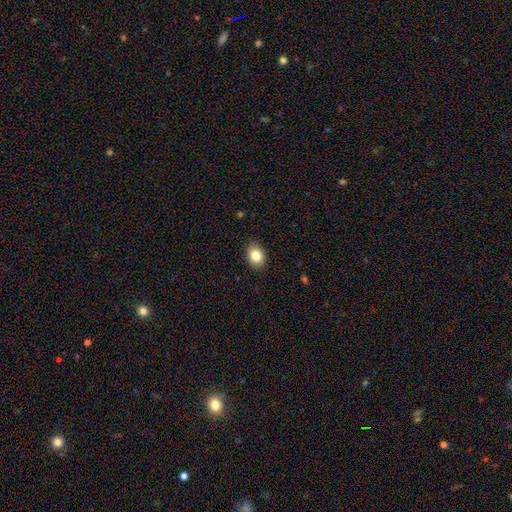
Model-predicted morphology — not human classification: smooth-or-featured: smooth: 83% | star or artifact: 9% | featured or disk: 8%
  how-rounded: in between: 64% | round: 35% | cigar-shaped: 1%
  merging: none: 89% | minor disturbance: 9% | major disturbance: 2% | merger: 1%